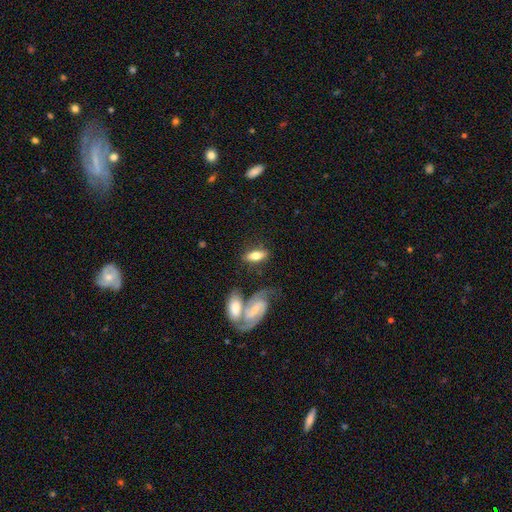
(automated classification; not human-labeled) Smooth or featured? smooth (59%)
How rounded? in between (68%)
Merging? none (65%)